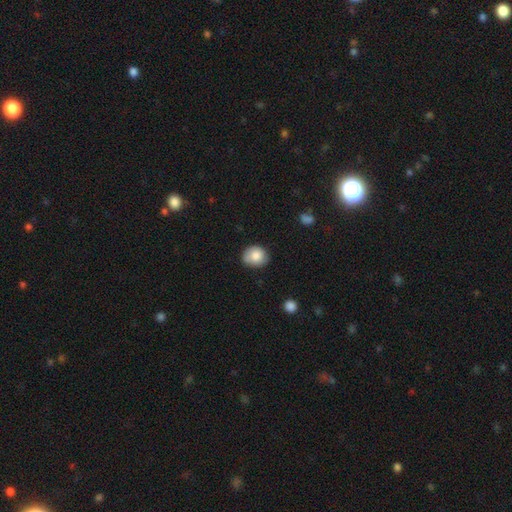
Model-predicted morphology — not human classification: This is clearly a smooth galaxy (81%). How rounded: likely round (69%). Merging: likely none (70%).